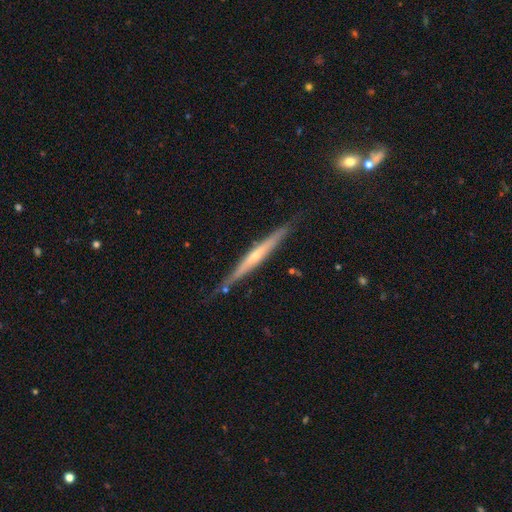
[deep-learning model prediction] smooth-or-featured: featured or disk: 72% | smooth: 22% | star or artifact: 6%
  disk-edge-on: yes: 97% | no: 3%
    edge-on-bulge: rounded: 57% | none: 37% | boxy: 6%
  merging: none: 83% | minor disturbance: 12% | major disturbance: 2% | merger: 2%